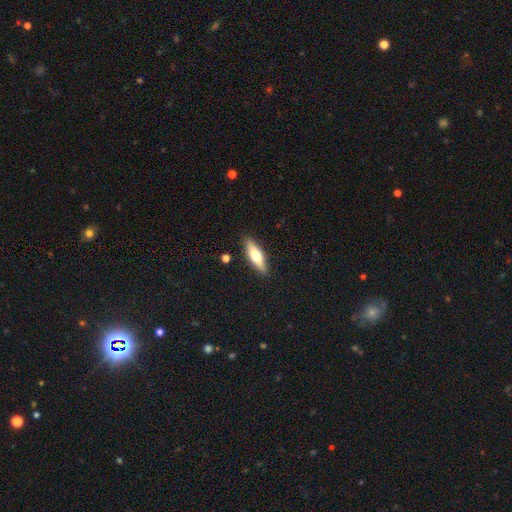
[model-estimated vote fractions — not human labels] Smooth or featured? Predicted: smooth (p=0.57). How rounded? Predicted: cigar-shaped (p=0.53). Merging? Predicted: none (p=0.88).